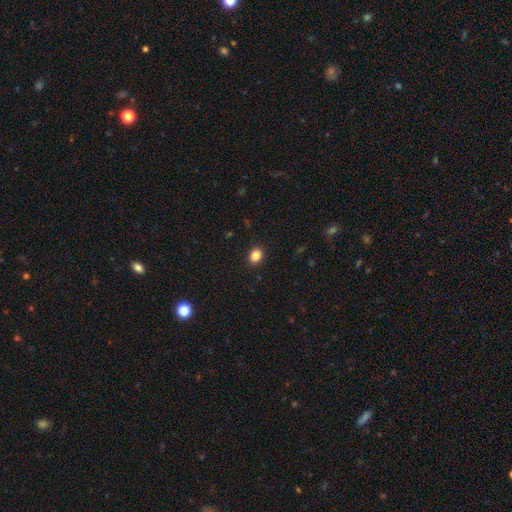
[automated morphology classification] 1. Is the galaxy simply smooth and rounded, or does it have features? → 86% smooth, 10% star or artifact, 4% featured or disk.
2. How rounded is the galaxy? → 55% in between, 44% round, 1% cigar-shaped.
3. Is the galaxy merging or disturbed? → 91% none, 6% minor disturbance, 2% major disturbance, 1% merger.